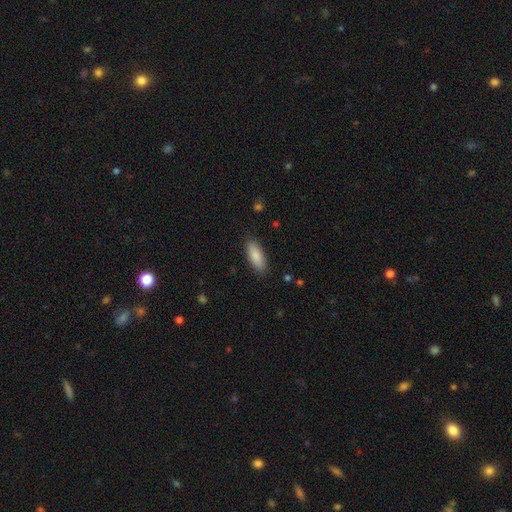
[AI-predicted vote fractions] Overall: smooth (86%). How rounded: in between (74%). Merging: none (88%).